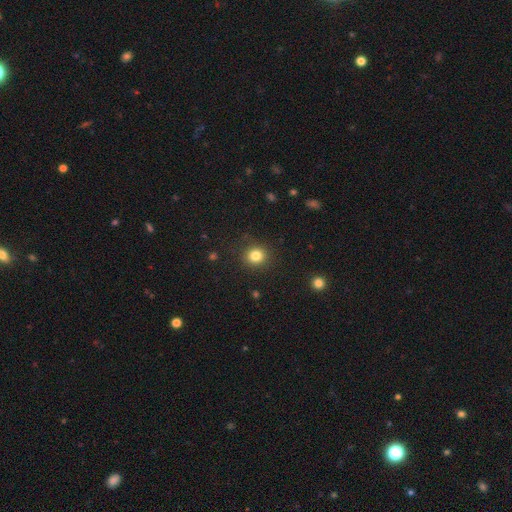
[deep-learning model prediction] Smooth or featured: smooth — 82% (star or artifact — 12%)
How rounded: round — 86% (in between — 13%)
Merging: none — 89% (minor disturbance — 7%)